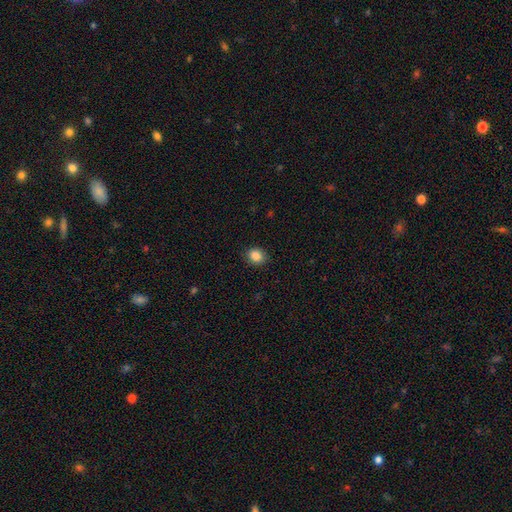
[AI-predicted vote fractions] The model was most divided on "how rounded": round: 55%, in between: 44%, cigar-shaped: 1%. More confident: merging — none (88%); smooth or featured — smooth (87%).